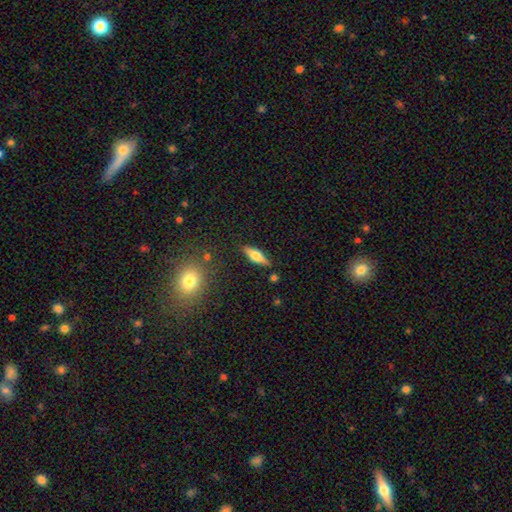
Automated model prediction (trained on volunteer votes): Smooth or featured? Predicted: smooth (p=0.53). How rounded? Predicted: in between (p=0.50). Merging? Predicted: none (p=0.84).